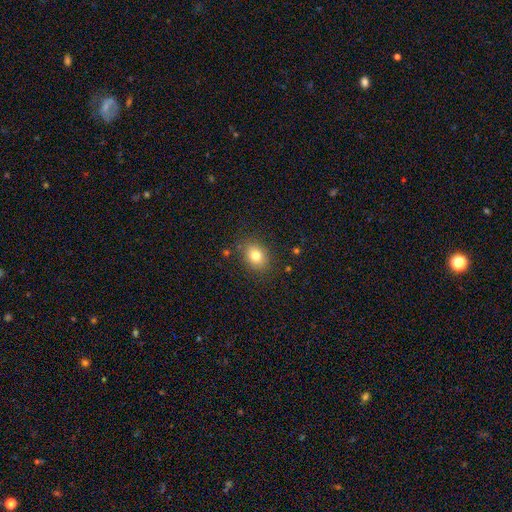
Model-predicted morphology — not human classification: smooth_or_featured: smooth (p=0.80) [alt: star or artifact p=0.11]
how_rounded: in between (p=0.54) [alt: round p=0.45]
merging: none (p=0.83) [alt: minor disturbance p=0.12]